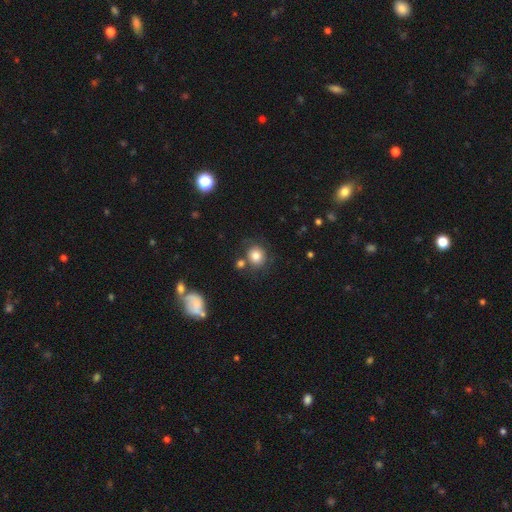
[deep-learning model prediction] Morphology: type=smooth (79%); roundness=round (85%); merging=none (70%).